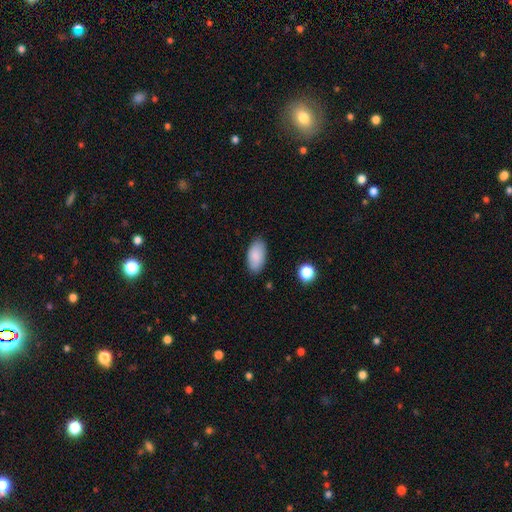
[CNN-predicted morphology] A smooth galaxy with no disk features (87%) that is in between round and cigar-shaped (94%). Merging: none (85%).